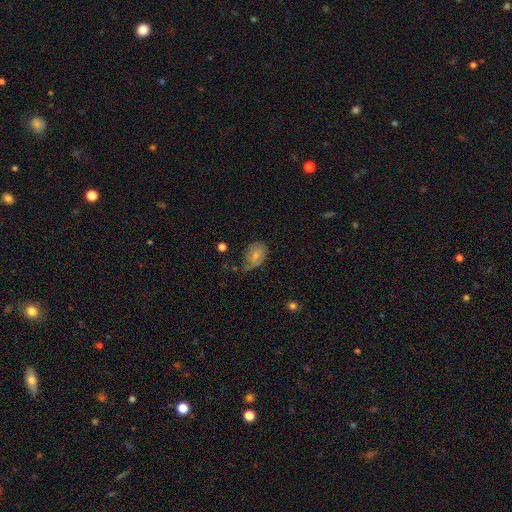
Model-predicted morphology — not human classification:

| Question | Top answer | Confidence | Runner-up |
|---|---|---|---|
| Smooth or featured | smooth | 67% | featured or disk (25%) |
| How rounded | in between | 77% | round (21%) |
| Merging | none | 40% | minor disturbance (37%) |